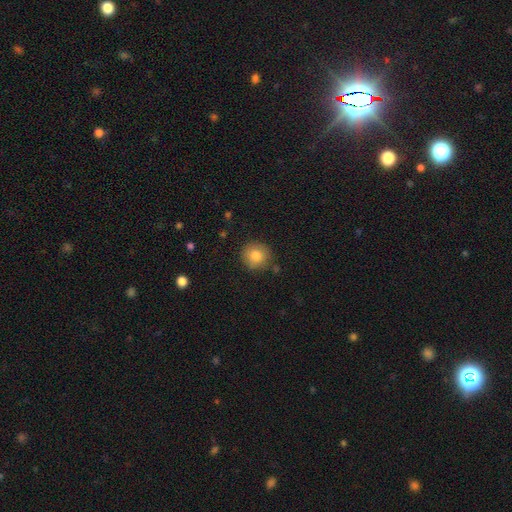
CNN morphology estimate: A smooth galaxy with no disk features (83%) that is round (91%). Merging: none (84%).